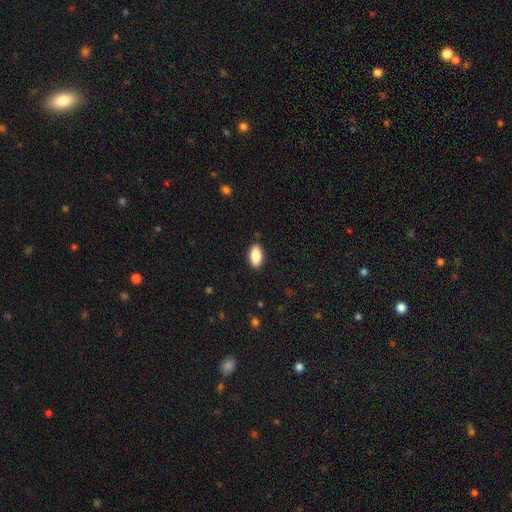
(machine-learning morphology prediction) A smooth galaxy with no disk features (85%) that is in between round and cigar-shaped (91%).

Vote fractions:
- Smooth or featured? smooth: 85% / featured or disk: 8% / star or artifact: 6%
- How rounded? in between: 91% / cigar-shaped: 6% / round: 3%
- Merging? none: 89% / minor disturbance: 8% / major disturbance: 2% / merger: 1%